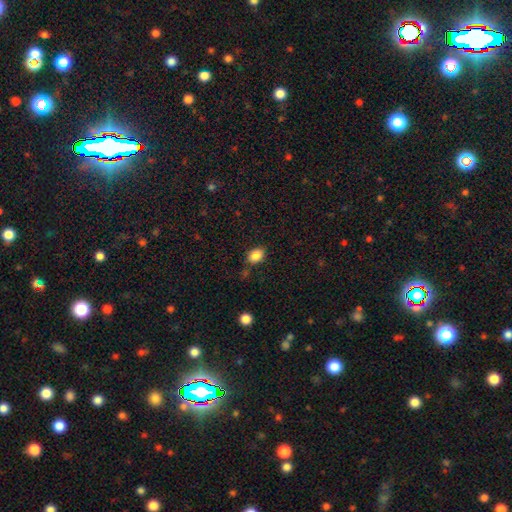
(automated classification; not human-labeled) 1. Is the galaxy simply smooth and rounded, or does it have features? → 86% smooth, 9% star or artifact, 5% featured or disk.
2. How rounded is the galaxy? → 79% in between, 19% round, 1% cigar-shaped.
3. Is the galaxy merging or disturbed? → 79% none, 14% minor disturbance, 4% merger, 3% major disturbance.